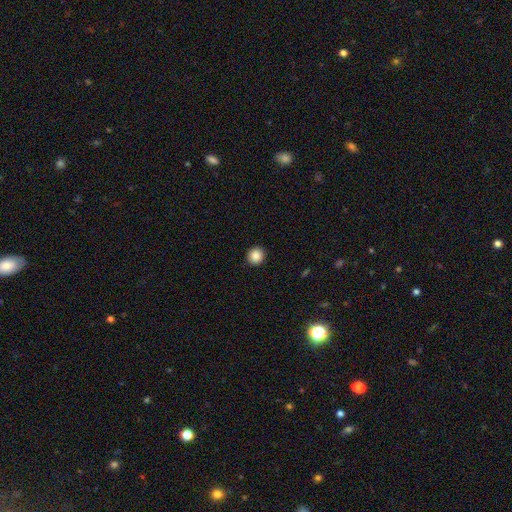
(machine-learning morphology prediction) smooth 87%, star or artifact 9%, featured or disk 4%. Down the decision tree: how rounded — round (93%); merging — none (93%).